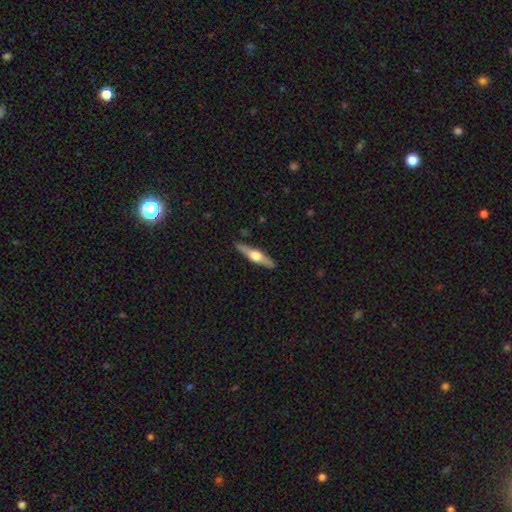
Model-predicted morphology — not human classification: Overall: featured or disk (70%). Edge-on disk: yes (97%). Edge-on bulge: rounded (95%). Merging: none (90%).